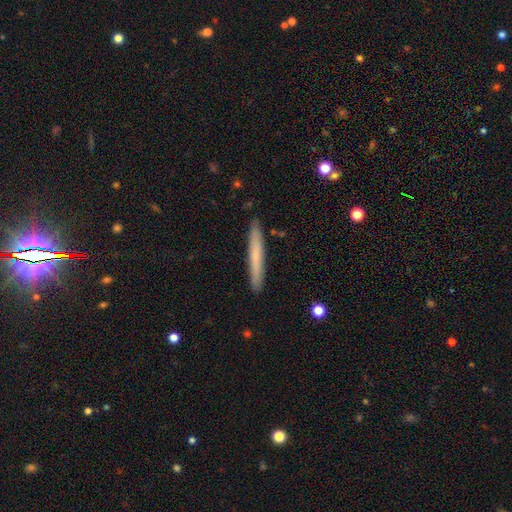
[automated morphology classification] Smooth or featured?
  - smooth: 65% *
  - featured or disk: 29%
  - star or artifact: 6%
How rounded?
  - cigar-shaped: 97% *
  - in between: 2%
  - round: 1%
Merging?
  - none: 90% *
  - minor disturbance: 7%
  - major disturbance: 1%
  - merger: 1%